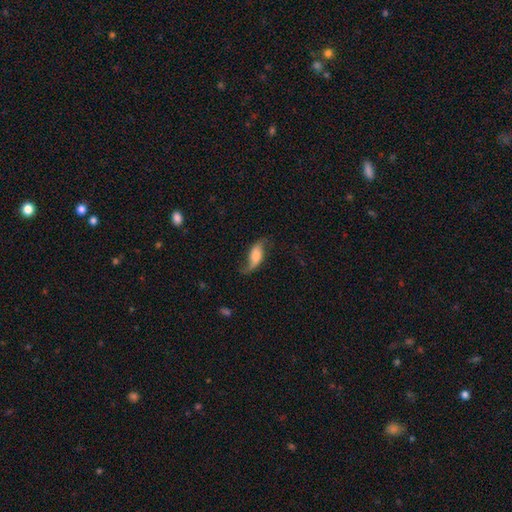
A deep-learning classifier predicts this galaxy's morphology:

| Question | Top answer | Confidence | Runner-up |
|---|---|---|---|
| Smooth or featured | featured or disk | 63% | smooth (29%) |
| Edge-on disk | no | 87% | yes (13%) |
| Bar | no | 54% | weak (31%) |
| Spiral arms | yes | 92% | no (8%) |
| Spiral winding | loose | 88% | medium (9%) |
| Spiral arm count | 2 | 83% | 1 (12%) |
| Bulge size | moderate | 36% | small (27%) |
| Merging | none | 61% | minor disturbance (23%) |